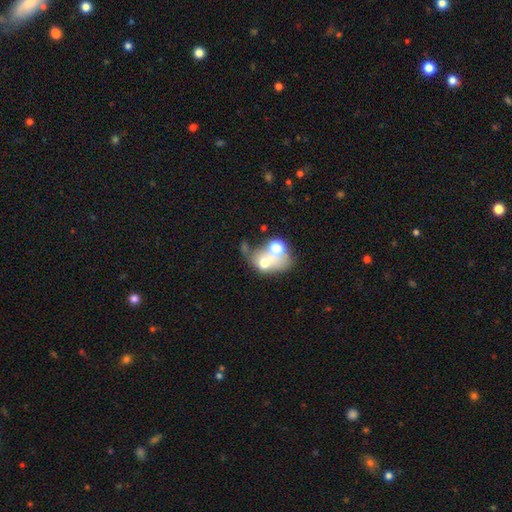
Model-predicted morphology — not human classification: A smooth galaxy with no disk features (48%). Merging: merger (50%).